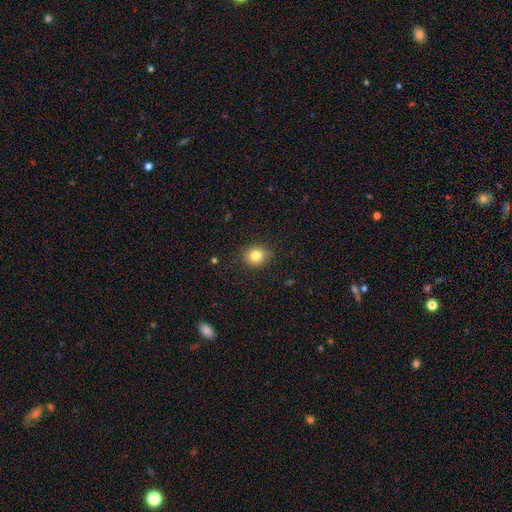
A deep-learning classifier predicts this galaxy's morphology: Q: Smooth or featured?
A: smooth (82%); runner-up: star or artifact (11%)
Q: How rounded?
A: round (73%); runner-up: in between (26%)
Q: Merging?
A: none (83%); runner-up: minor disturbance (13%)